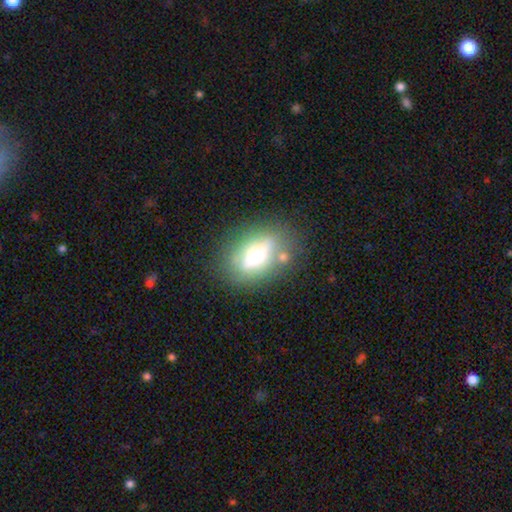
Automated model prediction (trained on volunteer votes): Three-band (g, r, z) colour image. It shows a featured or disk galaxy (45%). Merging: none (71%).